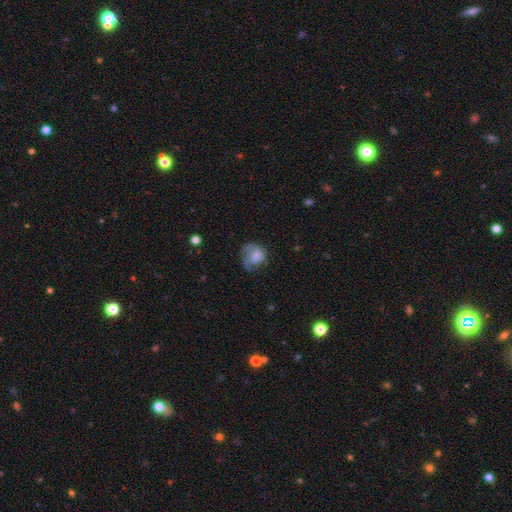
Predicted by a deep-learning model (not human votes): A smooth galaxy with no disk features (53%) that is round (60%). Merging: major disturbance (36%).